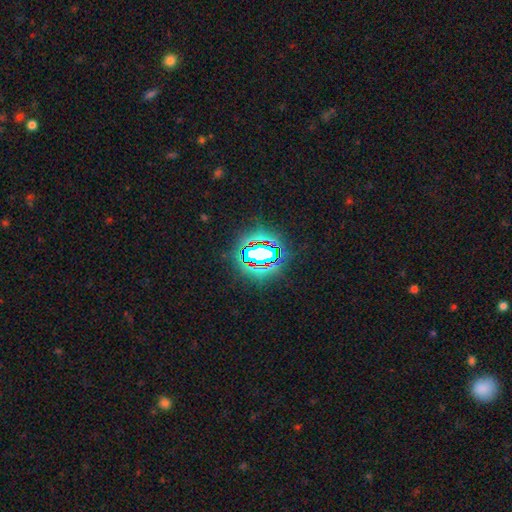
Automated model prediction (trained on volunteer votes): A star or artifact, not a galaxy (81%).